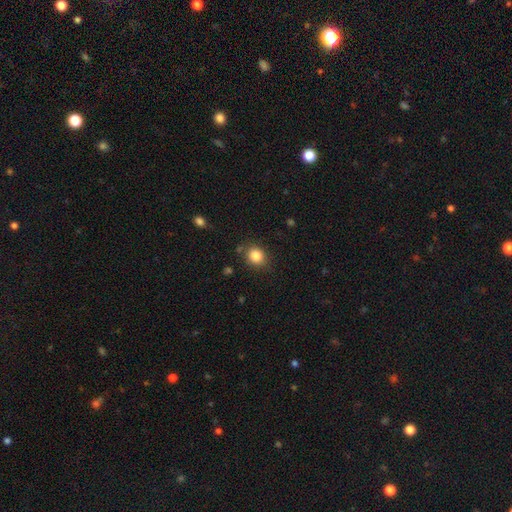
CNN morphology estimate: Overall: smooth (85%). How rounded: round (72%). Merging: none (79%).